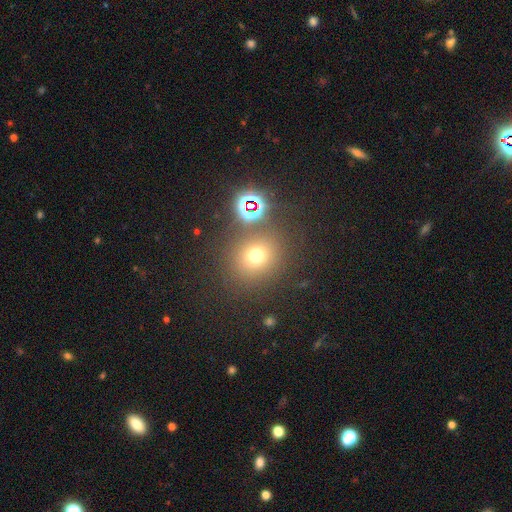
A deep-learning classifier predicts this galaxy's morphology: The model was most divided on "smooth or featured": smooth: 68%, star or artifact: 23%, featured or disk: 9%. More confident: how rounded — round (84%); merging — none (78%).